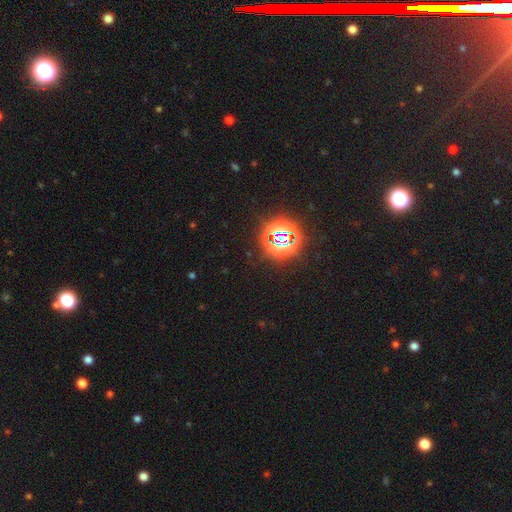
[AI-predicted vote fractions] This is likely a star or artifact rather than a galaxy (79%).